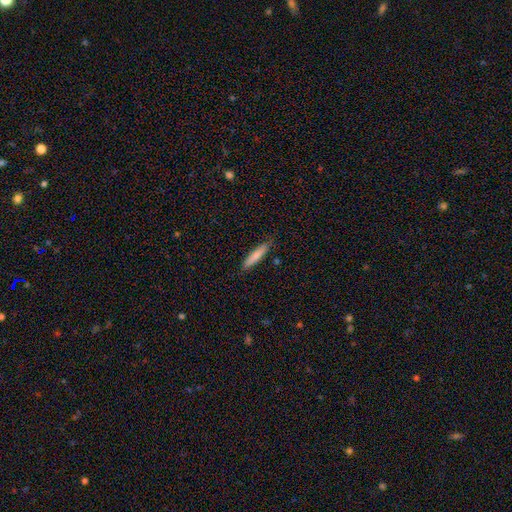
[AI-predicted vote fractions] smooth 79%, featured or disk 15%, star or artifact 6%. Down the decision tree: how rounded — cigar-shaped (85%); merging — none (85%).